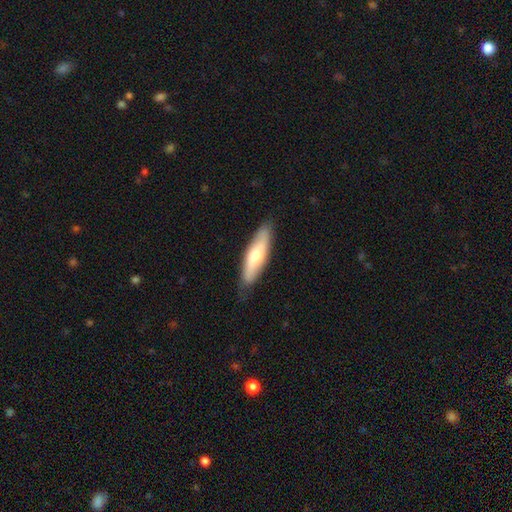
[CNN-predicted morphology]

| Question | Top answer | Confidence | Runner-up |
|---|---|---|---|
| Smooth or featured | smooth | 60% | featured or disk (35%) |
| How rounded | cigar-shaped | 63% | in between (35%) |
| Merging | none | 82% | minor disturbance (15%) |